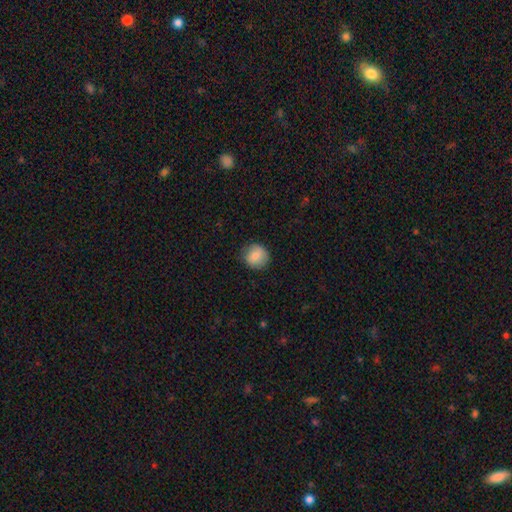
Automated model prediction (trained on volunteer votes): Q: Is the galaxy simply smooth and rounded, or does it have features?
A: smooth — 83%.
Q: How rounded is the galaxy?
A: round — 89%.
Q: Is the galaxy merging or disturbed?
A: none — 81%.